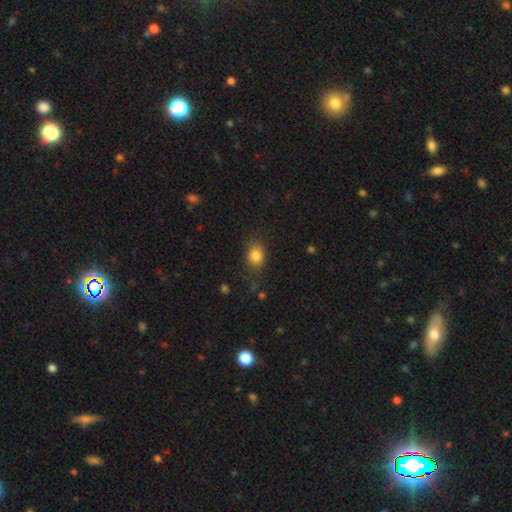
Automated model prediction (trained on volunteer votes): This is clearly a smooth galaxy (84%). How rounded: possibly in between (59%). Merging: likely none (77%).